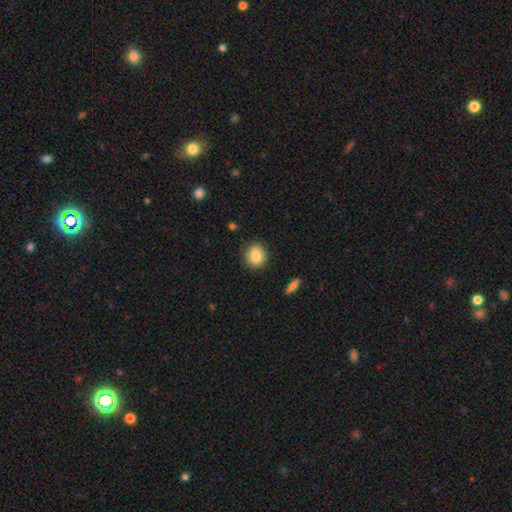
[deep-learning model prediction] Smooth or featured?
  - smooth: 85% *
  - star or artifact: 8%
  - featured or disk: 7%
How rounded?
  - round: 76% *
  - in between: 23%
  - cigar-shaped: 1%
Merging?
  - none: 86% *
  - minor disturbance: 10%
  - major disturbance: 2%
  - merger: 1%